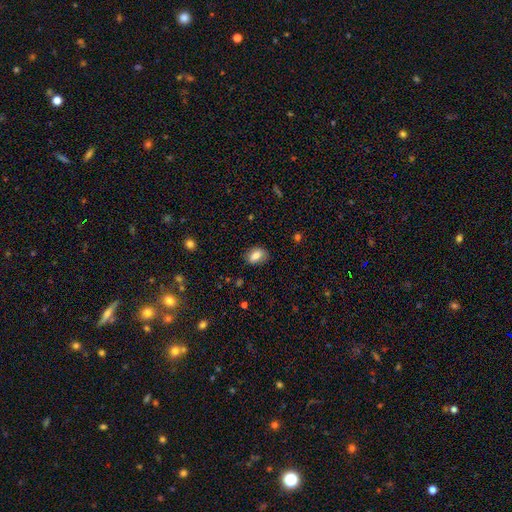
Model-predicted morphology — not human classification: Q: Smooth or featured?
A: smooth (80%); runner-up: featured or disk (12%)
Q: How rounded?
A: in between (79%); runner-up: round (19%)
Q: Merging?
A: none (80%); runner-up: minor disturbance (16%)